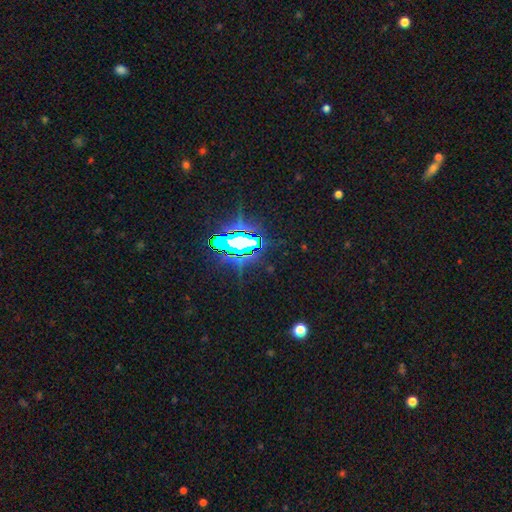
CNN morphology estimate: Q: Smooth or featured?
A: star or artifact (80%); runner-up: smooth (11%)